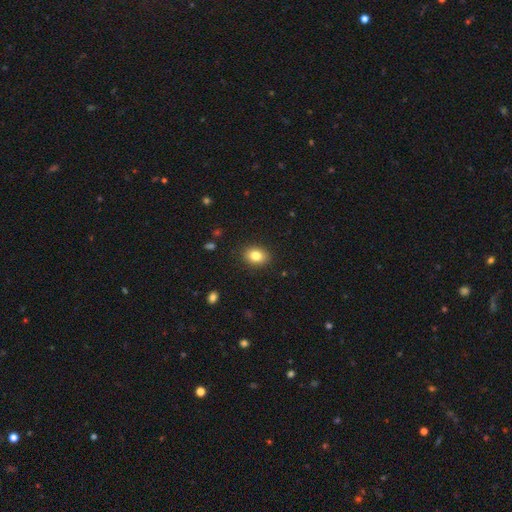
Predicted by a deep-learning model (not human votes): Morphology: type=smooth (82%); roundness=in between (64%); merging=none (89%).